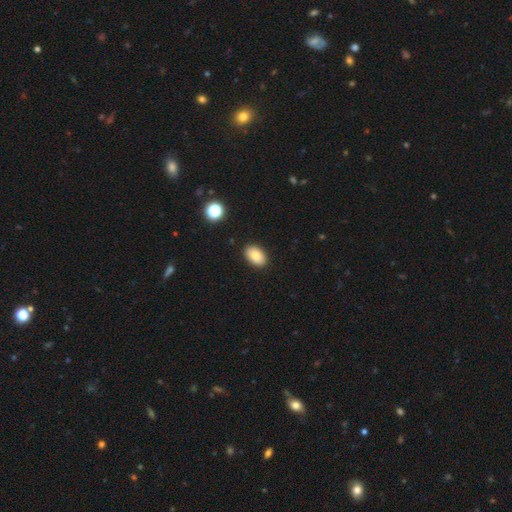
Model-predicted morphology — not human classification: Smooth or featured: smooth — 84% (star or artifact — 8%)
How rounded: in between — 91% (round — 8%)
Merging: none — 89% (minor disturbance — 8%)